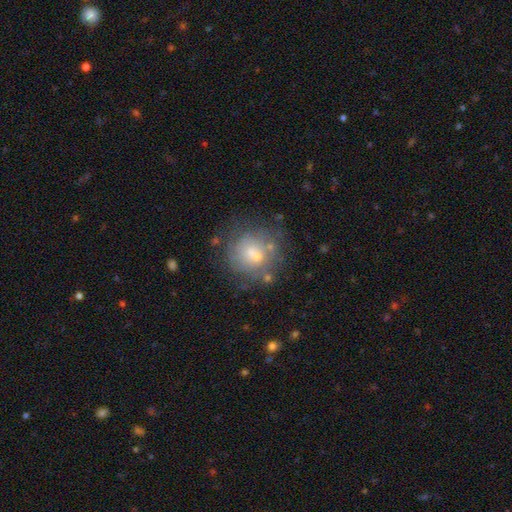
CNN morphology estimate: A smooth galaxy with no disk features (55%) that is round (83%).

Vote fractions:
- Smooth or featured? smooth: 55% / featured or disk: 33% / star or artifact: 12%
- How rounded? round: 83% / in between: 16% / cigar-shaped: 1%
- Merging? none: 64% / minor disturbance: 19% / major disturbance: 10% / merger: 7%